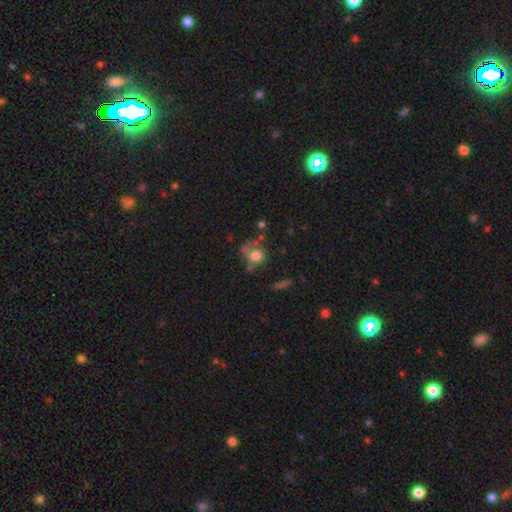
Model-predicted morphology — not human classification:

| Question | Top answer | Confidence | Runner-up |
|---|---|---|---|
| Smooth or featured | smooth | 69% | featured or disk (19%) |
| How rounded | round | 75% | in between (24%) |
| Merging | none | 42% | minor disturbance (21%) |